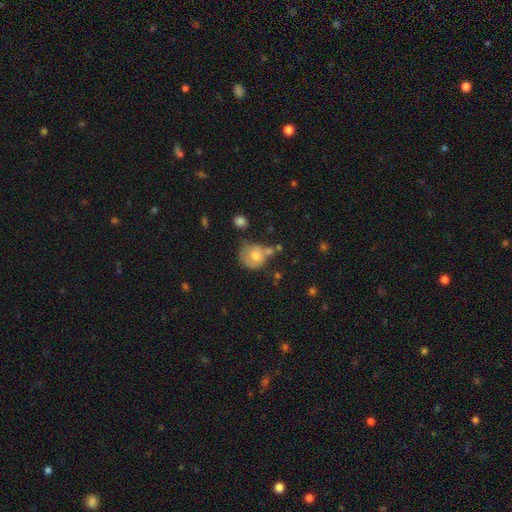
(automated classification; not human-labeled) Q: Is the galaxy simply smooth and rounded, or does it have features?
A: smooth — 66%.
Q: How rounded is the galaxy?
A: round — 75%.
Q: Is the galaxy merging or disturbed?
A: none — 39%.